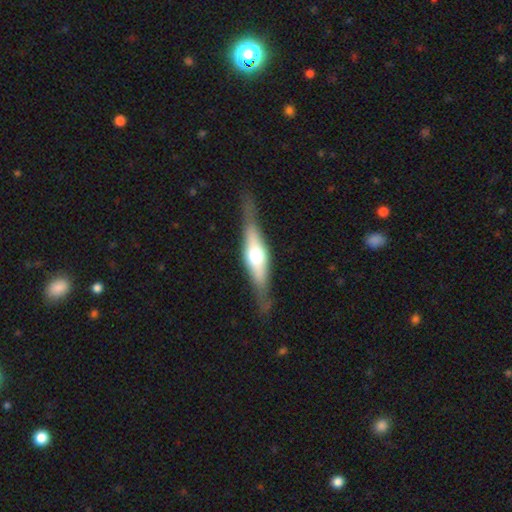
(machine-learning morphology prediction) This is likely a featured or disk galaxy (65%). It is clearly viewed edge-on (91%). Edge-on bulge: clearly rounded (90%). Merging: likely none (78%).